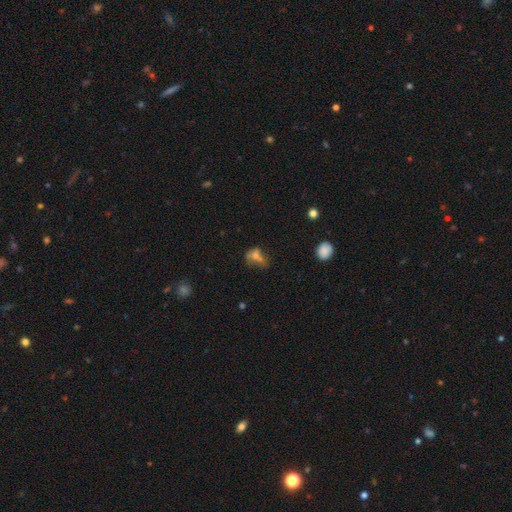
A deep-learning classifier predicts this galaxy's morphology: Smooth or featured? Predicted: smooth (p=0.55). How rounded? Predicted: in between (p=0.56). Merging? Predicted: merger (p=0.31).